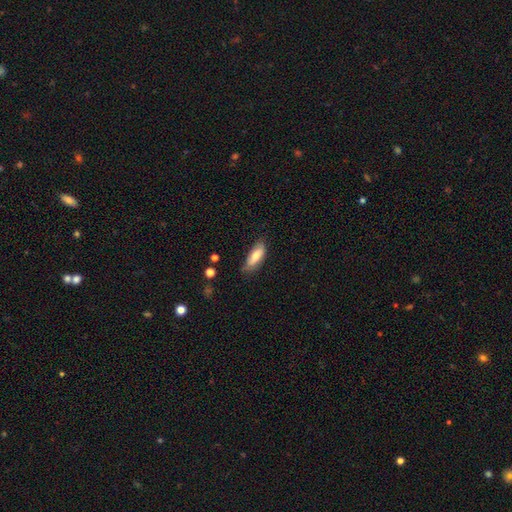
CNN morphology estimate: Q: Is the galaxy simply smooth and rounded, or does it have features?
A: smooth — 74%.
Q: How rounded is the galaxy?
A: in between — 71%.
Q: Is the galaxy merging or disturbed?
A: none — 69%.